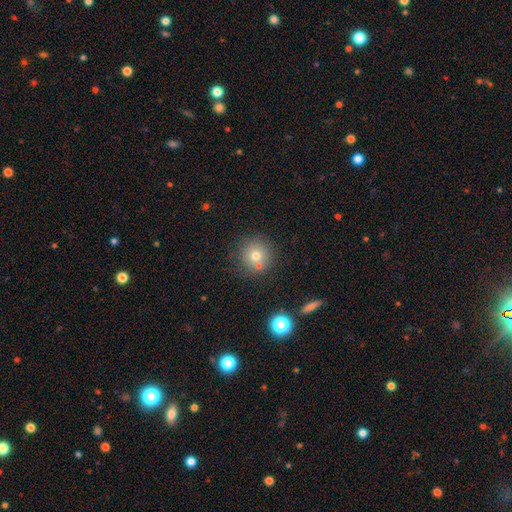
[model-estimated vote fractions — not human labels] smooth 73%, featured or disk 14%, star or artifact 13%. Down the decision tree: how rounded — round (93%); merging — none (70%).